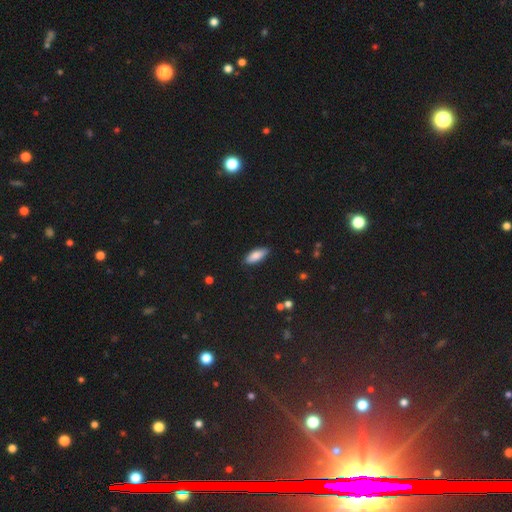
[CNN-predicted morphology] A smooth galaxy with no disk features (84%) that is in between round and cigar-shaped (74%).

Vote fractions:
- Smooth or featured? smooth: 84% / featured or disk: 10% / star or artifact: 7%
- How rounded? in between: 74% / cigar-shaped: 24% / round: 2%
- Merging? none: 86% / minor disturbance: 11% / major disturbance: 2% / merger: 1%